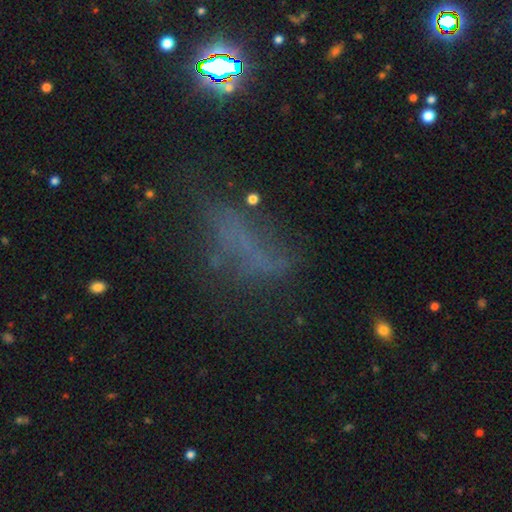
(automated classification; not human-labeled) smooth-or-featured: smooth: 36% | star or artifact: 35% | featured or disk: 29%
  merging: none: 44% | major disturbance: 28% | minor disturbance: 22% | merger: 6%